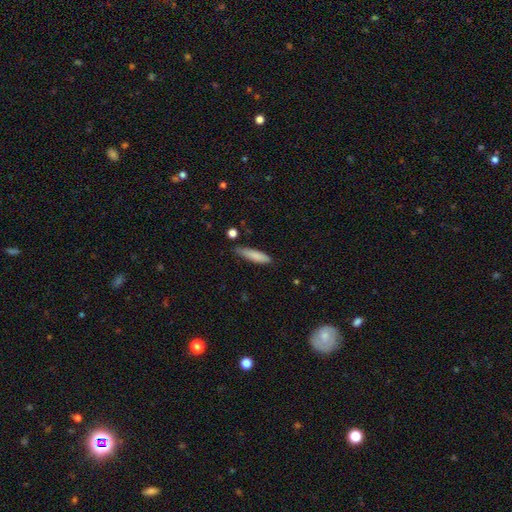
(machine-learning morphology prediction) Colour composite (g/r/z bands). It shows a smooth galaxy with no disk features (83%) that is cigar-shaped (76%). Merging: none (74%).